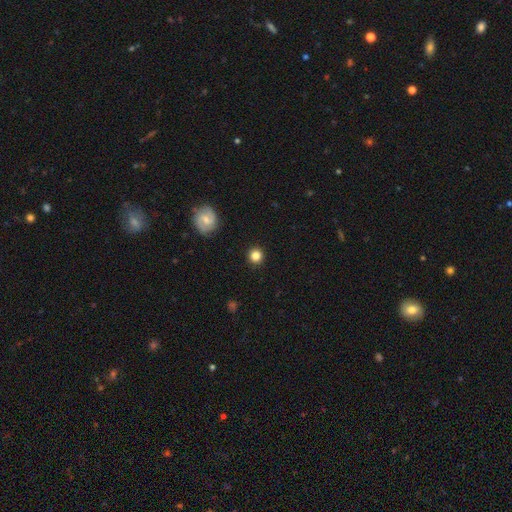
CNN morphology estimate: smooth_or_featured: smooth (p=0.82) [alt: star or artifact p=0.10]
how_rounded: round (p=0.94) [alt: in between p=0.05]
merging: none (p=0.91) [alt: minor disturbance p=0.06]